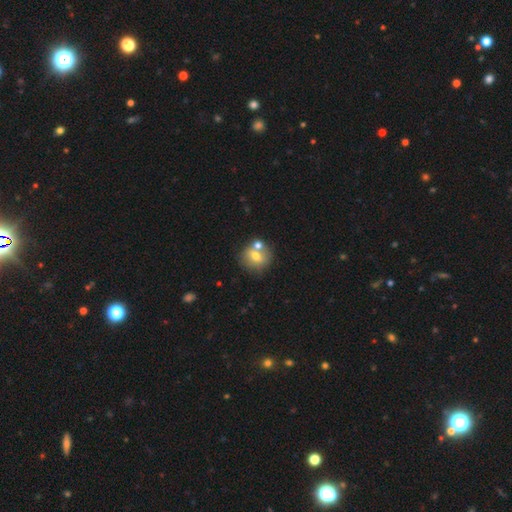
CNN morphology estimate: type=smooth (67%); roundness=round (80%); merging=none (56%).